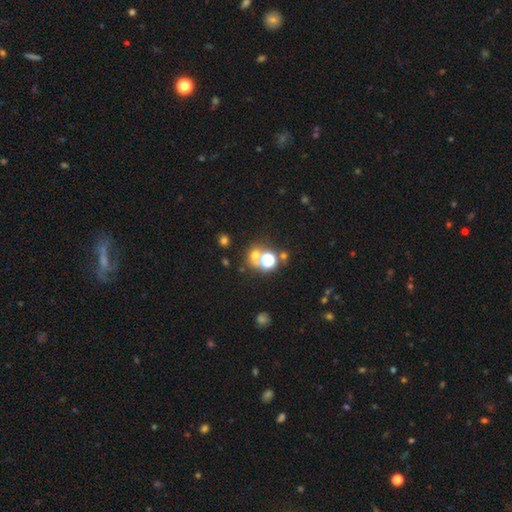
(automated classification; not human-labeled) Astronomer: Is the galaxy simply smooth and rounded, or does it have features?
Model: smooth — 53% (runner-up: star or artifact, 37%).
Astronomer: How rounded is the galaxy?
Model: round — 81%.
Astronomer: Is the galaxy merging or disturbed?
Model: none — 61%.